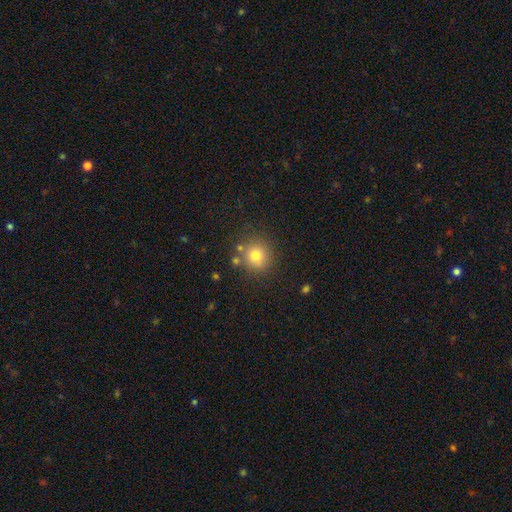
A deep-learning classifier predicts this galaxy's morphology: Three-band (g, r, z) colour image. It shows a smooth galaxy with no disk features (76%) that is round (91%). Merging: none (79%).